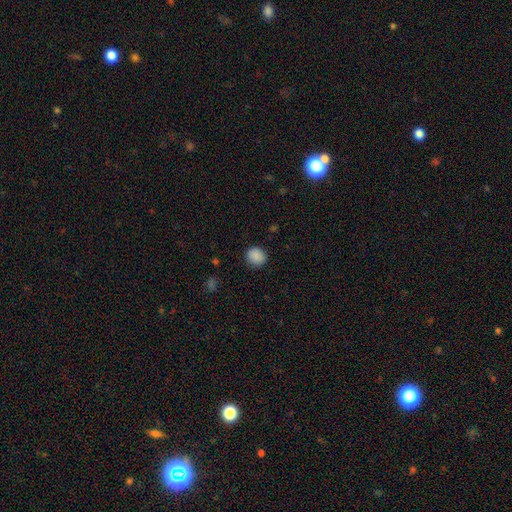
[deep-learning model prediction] A smooth galaxy with no disk features (88%) that is round (80%).

Vote fractions:
- Smooth or featured? smooth: 88% / star or artifact: 9% / featured or disk: 3%
- How rounded? round: 80% / in between: 19% / cigar-shaped: 1%
- Merging? none: 87% / minor disturbance: 10% / major disturbance: 3% / merger: 1%